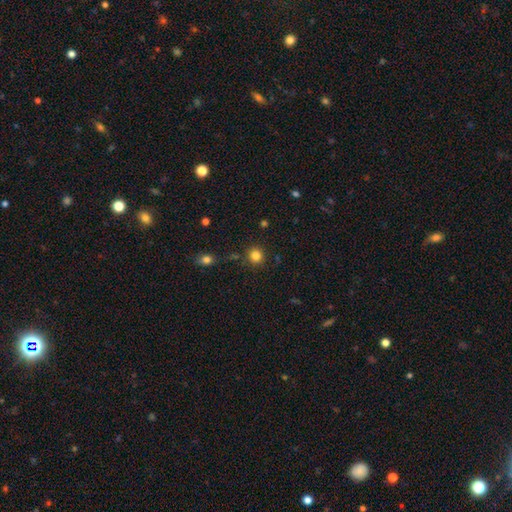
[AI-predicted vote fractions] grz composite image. It shows a smooth galaxy with no disk features (82%) that is round (92%). Merging: none (86%).